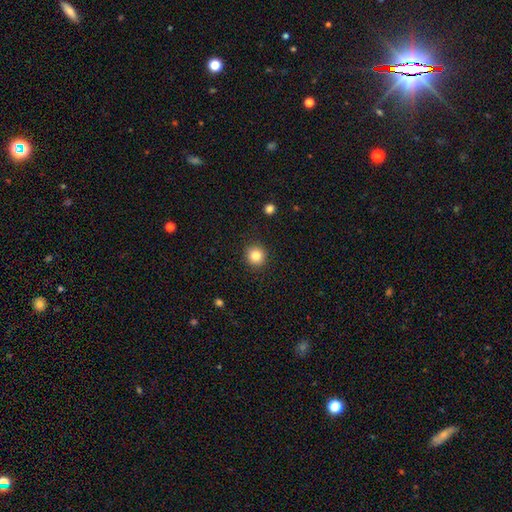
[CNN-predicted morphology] This is clearly a smooth galaxy (83%). How rounded: clearly round (91%). Merging: clearly none (91%).